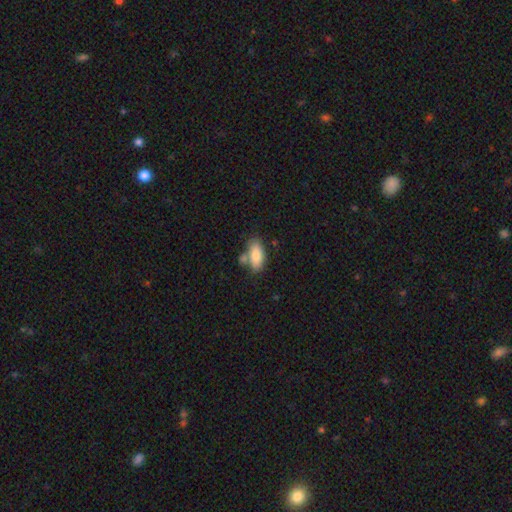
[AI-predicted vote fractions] Q: Smooth or featured?
A: smooth (83%); runner-up: featured or disk (10%)
Q: How rounded?
A: in between (88%); runner-up: cigar-shaped (9%)
Q: Merging?
A: none (59%); runner-up: merger (21%)